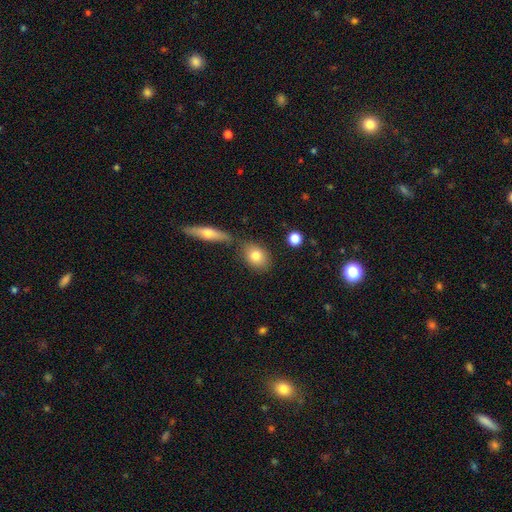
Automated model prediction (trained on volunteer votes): A smooth galaxy with no disk features (79%) that is in between round and cigar-shaped (62%).

Vote fractions:
- Smooth or featured? smooth: 79% / featured or disk: 13% / star or artifact: 8%
- How rounded? in between: 62% / round: 34% / cigar-shaped: 3%
- Merging? none: 70% / merger: 14% / minor disturbance: 13% / major disturbance: 4%